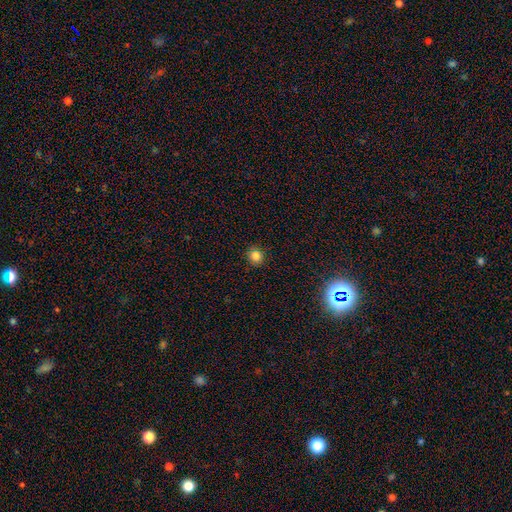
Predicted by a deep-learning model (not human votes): This appears to be a smooth galaxy with no disk features (82%) that is round (84%). Merging: none (89%).